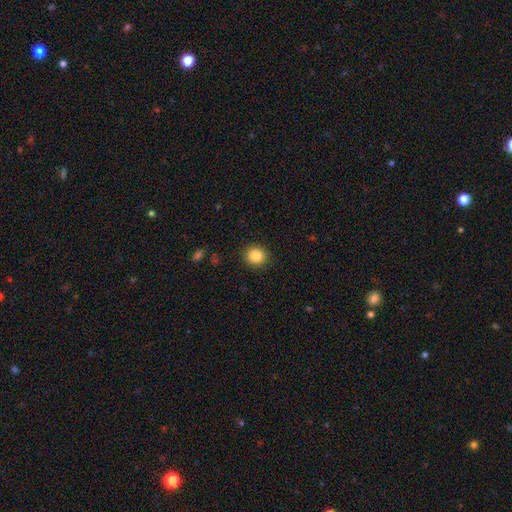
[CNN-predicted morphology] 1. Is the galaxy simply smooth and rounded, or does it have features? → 86% smooth, 10% star or artifact, 4% featured or disk.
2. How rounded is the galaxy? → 86% round, 13% in between, 1% cigar-shaped.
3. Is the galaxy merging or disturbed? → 90% none, 7% minor disturbance, 2% major disturbance, 1% merger.